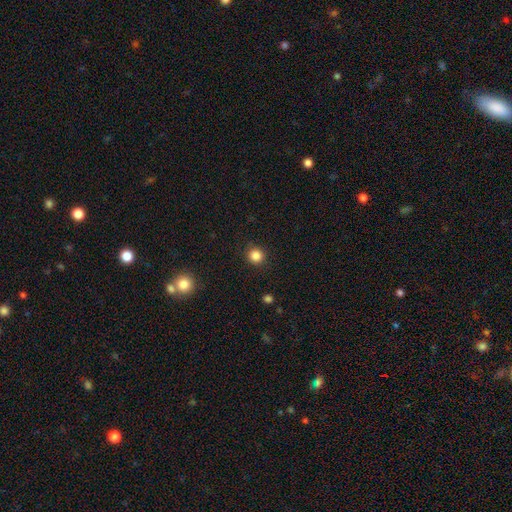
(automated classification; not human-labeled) smooth 85%, star or artifact 12%, featured or disk 3%. Down the decision tree: how rounded — round (94%); merging — none (90%).